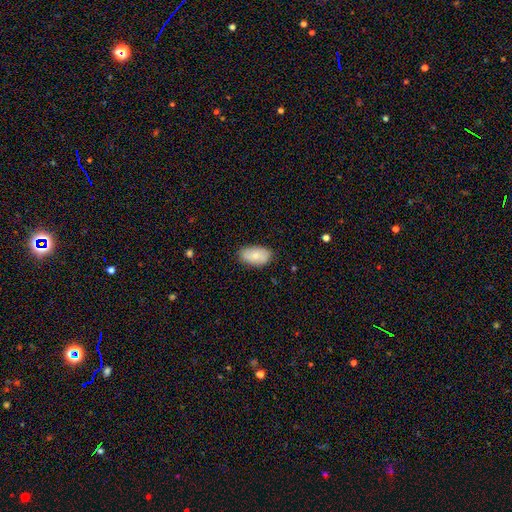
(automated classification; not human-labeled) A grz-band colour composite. It shows a smooth galaxy with no disk features (79%) that is in between round and cigar-shaped (94%). Merging: none (80%).